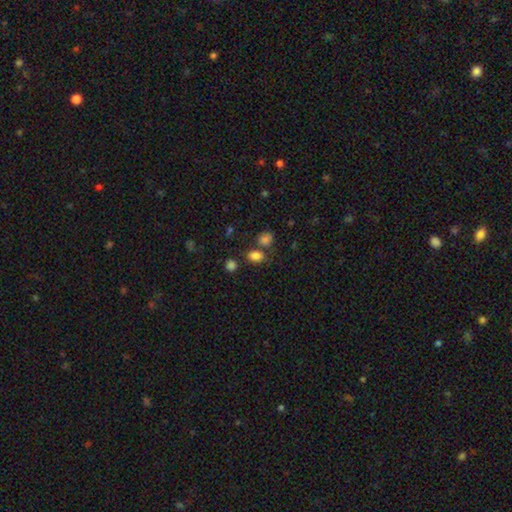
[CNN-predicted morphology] type=smooth (82%); roundness=in between (69%); merging=none (65%).